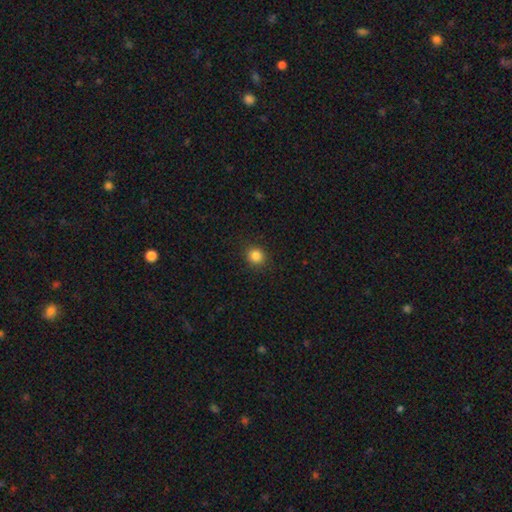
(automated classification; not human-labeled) Smooth or featured: smooth — 84% (star or artifact — 12%)
How rounded: round — 87% (in between — 12%)
Merging: none — 90% (minor disturbance — 7%)